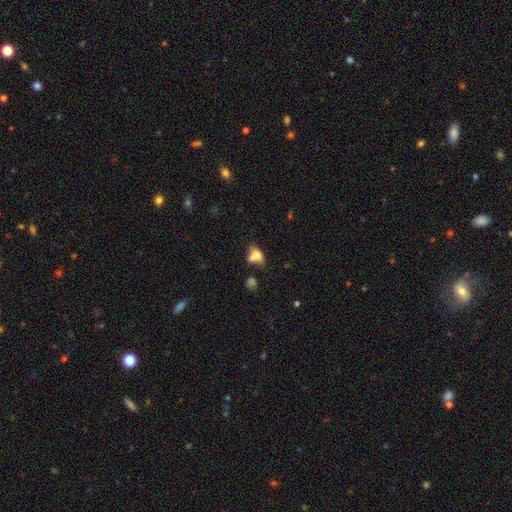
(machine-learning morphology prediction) type=smooth (68%); roundness=in between (76%); merging=merger (35%).